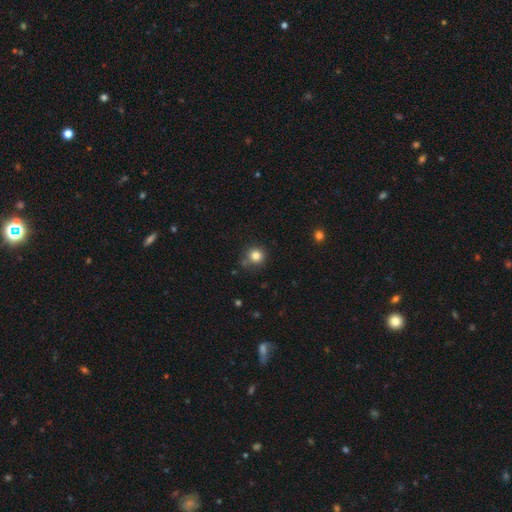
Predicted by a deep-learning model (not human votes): smooth 82%, star or artifact 12%, featured or disk 6%. Down the decision tree: how rounded — round (92%); merging — none (77%).